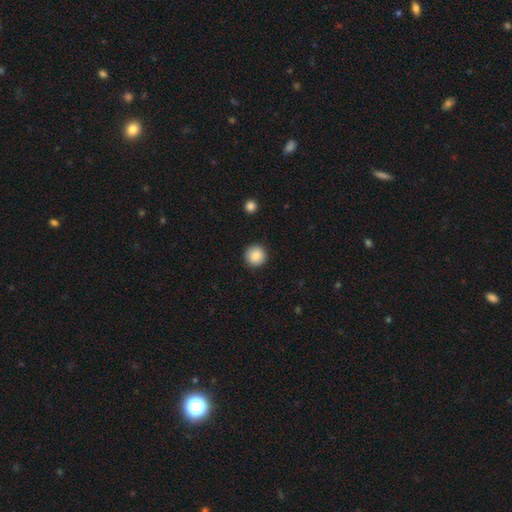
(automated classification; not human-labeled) This is clearly a smooth galaxy (87%). How rounded: clearly round (95%). Merging: clearly none (92%).